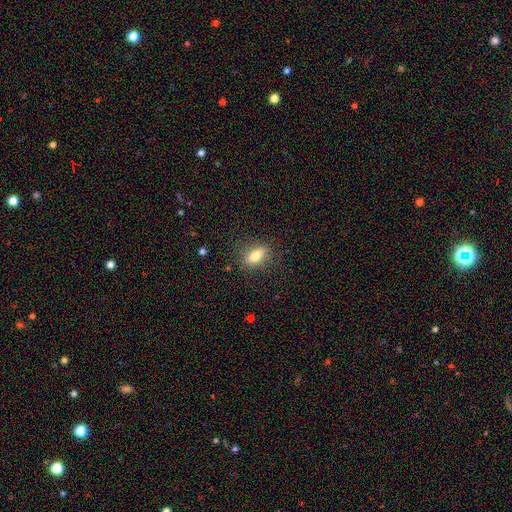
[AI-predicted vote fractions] Q: Smooth or featured?
A: smooth (74%); runner-up: featured or disk (17%)
Q: How rounded?
A: in between (79%); runner-up: round (12%)
Q: Merging?
A: none (82%); runner-up: minor disturbance (12%)